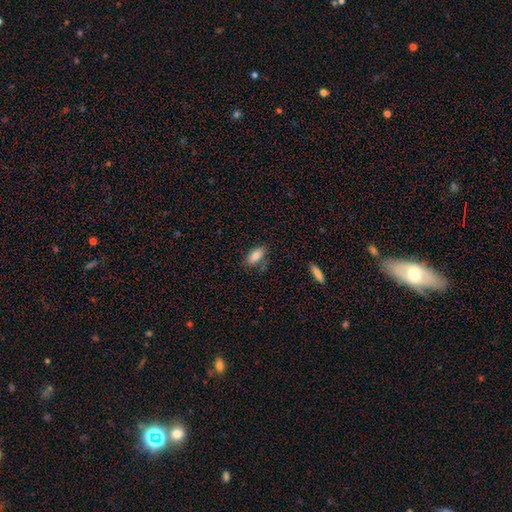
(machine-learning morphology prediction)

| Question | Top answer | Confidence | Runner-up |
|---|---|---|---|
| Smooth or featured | smooth | 83% | featured or disk (9%) |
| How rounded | in between | 86% | cigar-shaped (11%) |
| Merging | none | 73% | minor disturbance (18%) |